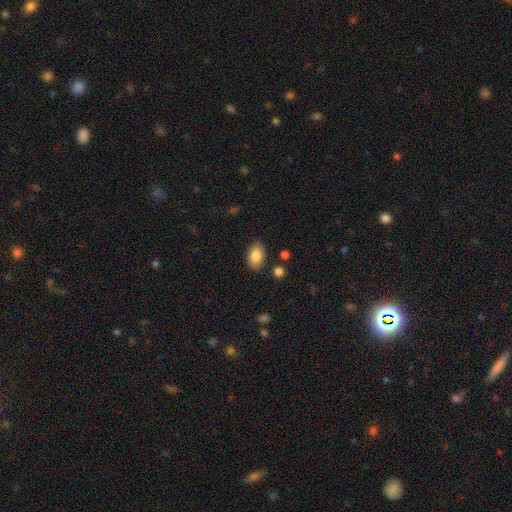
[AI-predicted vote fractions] Overall: smooth (84%). How rounded: in between (88%). Merging: none (83%).